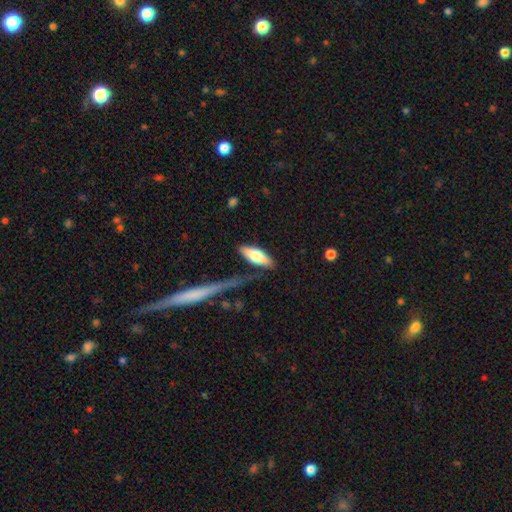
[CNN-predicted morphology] Smooth or featured? Predicted: smooth (p=0.69). How rounded? Predicted: in between (p=0.64). Merging? Predicted: none (p=0.73).